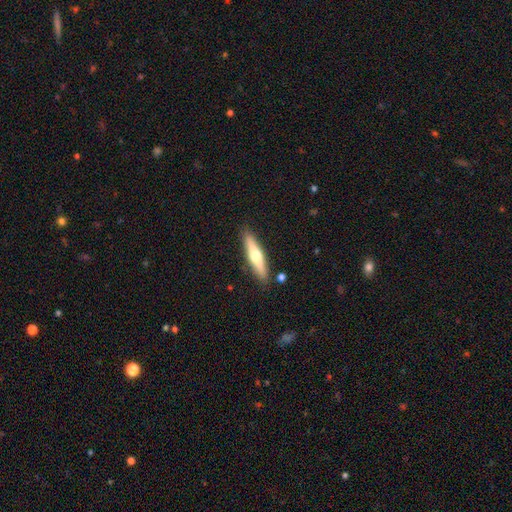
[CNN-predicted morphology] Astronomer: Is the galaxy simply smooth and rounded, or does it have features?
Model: smooth — 49% (runner-up: featured or disk, 45%).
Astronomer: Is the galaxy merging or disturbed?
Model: none — 87%.